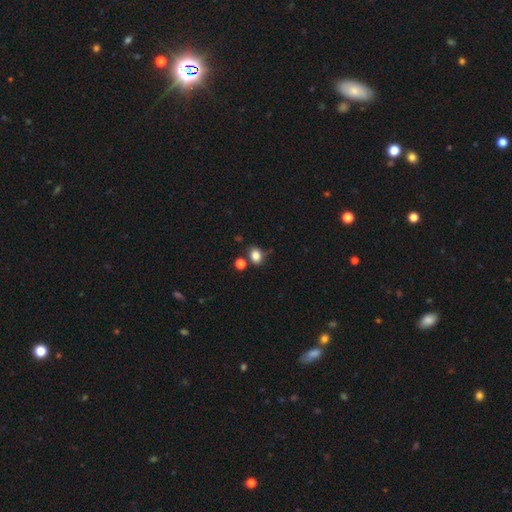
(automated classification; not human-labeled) Smooth or featured? smooth (82%)
How rounded? in between (58%)
Merging? none (67%)